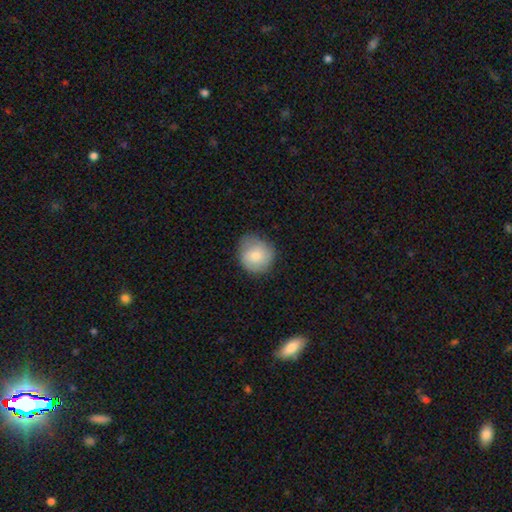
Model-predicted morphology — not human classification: Smooth or featured? smooth (79%)
How rounded? round (87%)
Merging? none (71%)